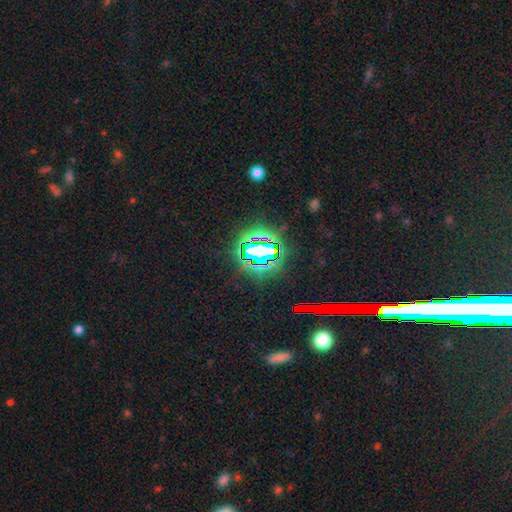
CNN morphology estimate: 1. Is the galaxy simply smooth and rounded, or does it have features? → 82% star or artifact, 10% smooth, 8% featured or disk.